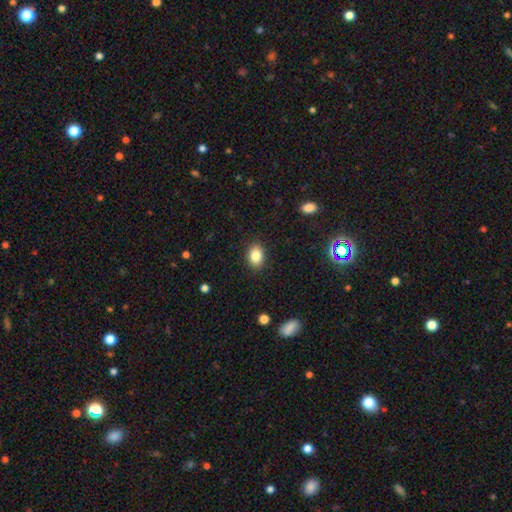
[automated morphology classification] smooth-or-featured: smooth: 84% | star or artifact: 9% | featured or disk: 7%
  how-rounded: in between: 79% | round: 20% | cigar-shaped: 1%
  merging: none: 88% | minor disturbance: 8% | major disturbance: 2% | merger: 1%